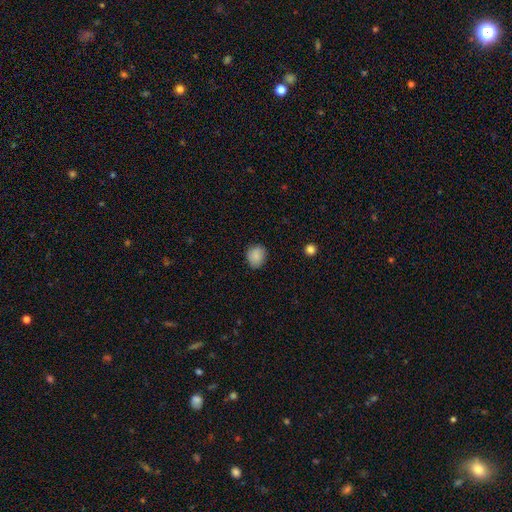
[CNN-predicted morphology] This is clearly a smooth galaxy (87%). How rounded: likely round (70%). Merging: clearly none (82%).